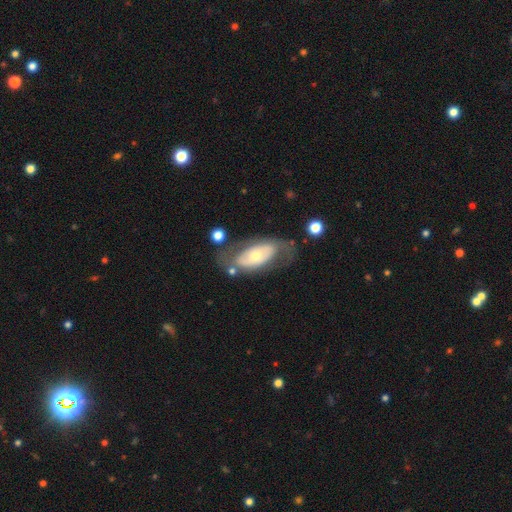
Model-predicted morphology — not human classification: Q: Smooth or featured?
A: featured or disk (63%); runner-up: smooth (32%)
Q: Edge-on disk?
A: no (90%); runner-up: yes (10%)
Q: Bar?
A: no (77%); runner-up: weak (16%)
Q: Spiral arms?
A: no (54%); runner-up: yes (46%)
Q: Bulge size?
A: moderate (58%); runner-up: small (33%)
Q: Merging?
A: none (59%); runner-up: minor disturbance (20%)